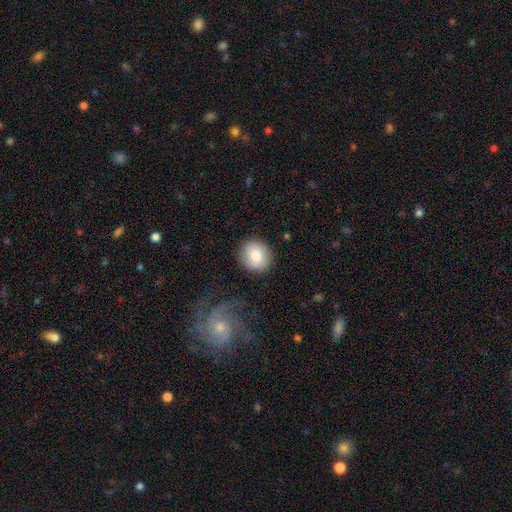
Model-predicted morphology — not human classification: Smooth or featured? smooth (81%)
How rounded? round (78%)
Merging? none (85%)